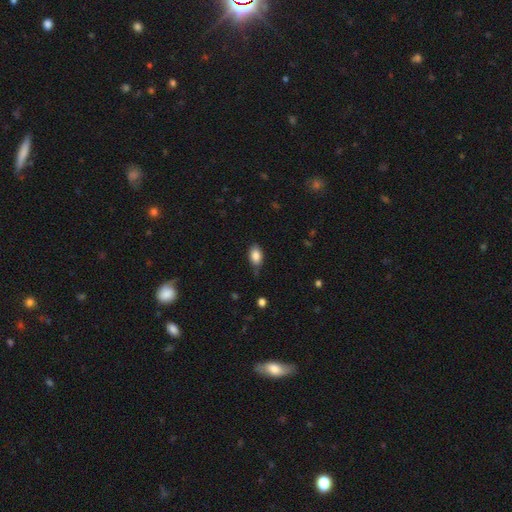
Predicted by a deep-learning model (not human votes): This is clearly a smooth galaxy (86%). How rounded: clearly in between (89%). Merging: likely none (74%).